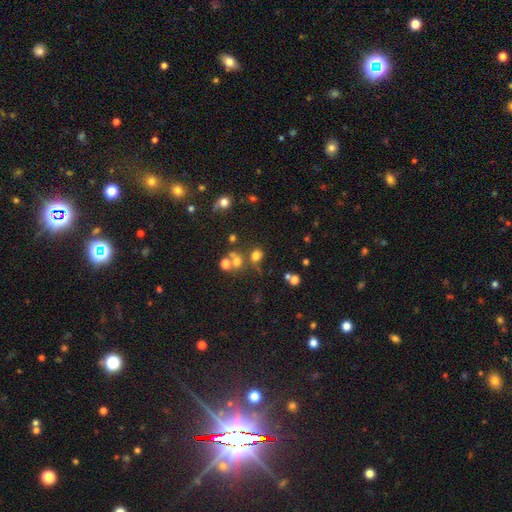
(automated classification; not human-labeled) smooth 68%, star or artifact 22%, featured or disk 10%. Down the decision tree: how rounded — round (68%); merging — none (57%).